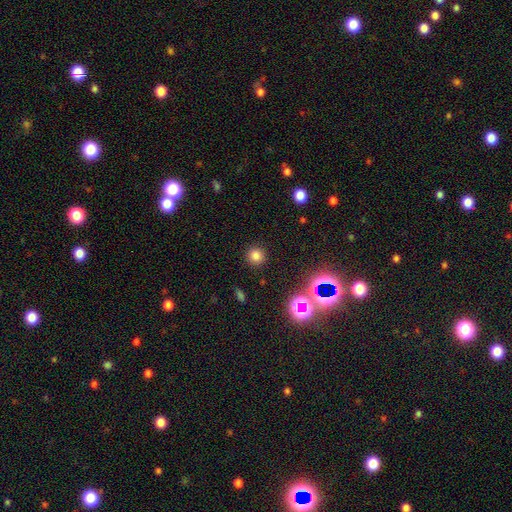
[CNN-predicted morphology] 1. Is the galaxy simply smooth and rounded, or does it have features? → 76% smooth, 19% star or artifact, 6% featured or disk.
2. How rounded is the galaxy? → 93% round, 6% in between, 1% cigar-shaped.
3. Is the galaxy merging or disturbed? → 90% none, 6% minor disturbance, 3% major disturbance, 2% merger.